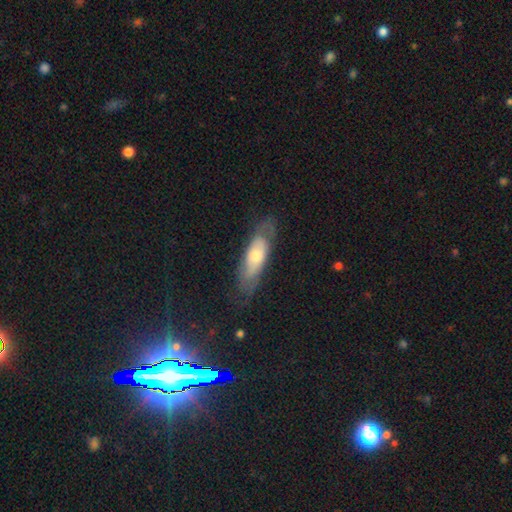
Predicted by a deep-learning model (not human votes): Smooth or featured: featured or disk — 50% (smooth — 44%)
Merging: none — 65% (minor disturbance — 23%)